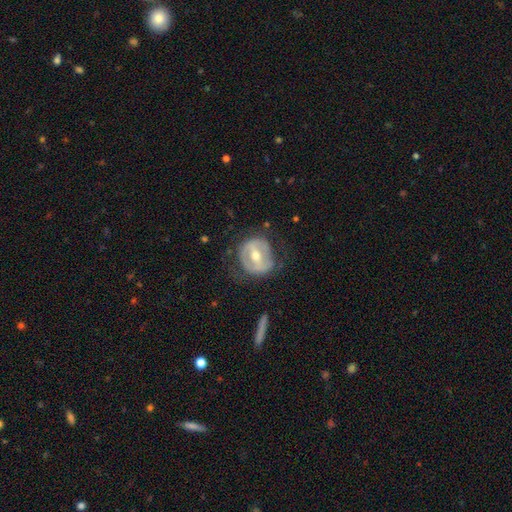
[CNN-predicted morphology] Q: Smooth or featured?
A: featured or disk (68%); runner-up: smooth (26%)
Q: Edge-on disk?
A: no (94%); runner-up: yes (6%)
Q: Bar?
A: strong (52%); runner-up: weak (32%)
Q: Spiral arms?
A: no (65%); runner-up: yes (35%)
Q: Bulge size?
A: moderate (72%); runner-up: small (22%)
Q: Merging?
A: none (67%); runner-up: minor disturbance (19%)